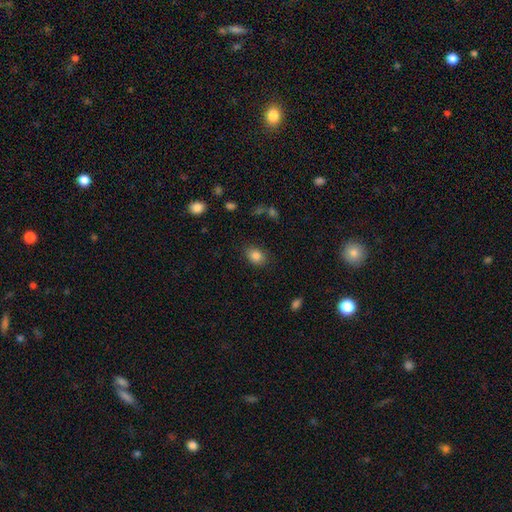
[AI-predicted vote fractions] Morphology: type=smooth (84%); roundness=in between (63%); merging=none (83%).